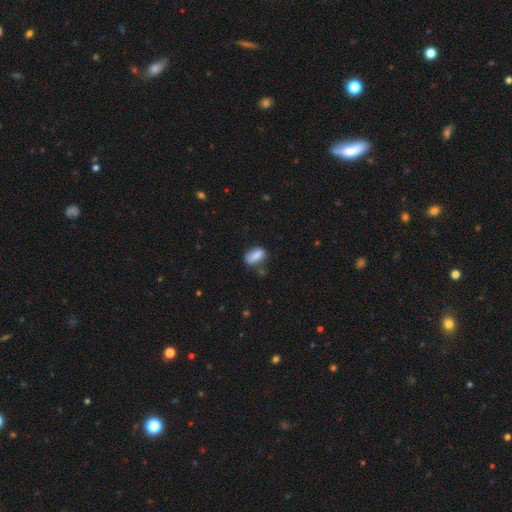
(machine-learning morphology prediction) Smooth or featured? Predicted: smooth (p=0.82). How rounded? Predicted: in between (p=0.86). Merging? Predicted: none (p=0.56).